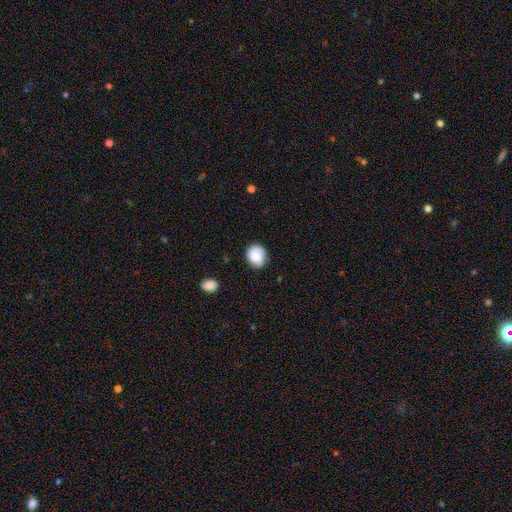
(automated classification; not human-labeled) smooth_or_featured: smooth (p=0.56) [alt: featured or disk p=0.35]
how_rounded: round (p=0.71) [alt: in between p=0.28]
merging: none (p=0.74) [alt: minor disturbance p=0.18]